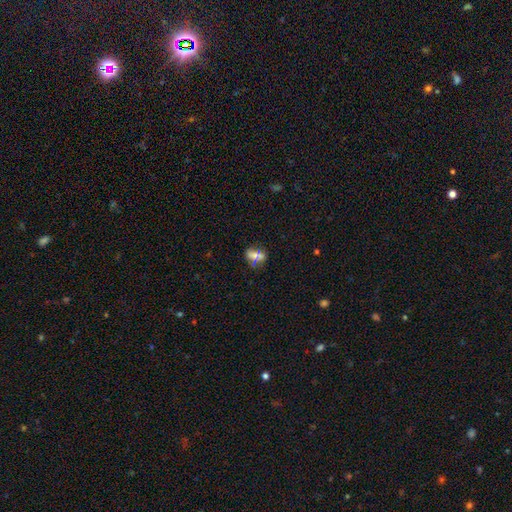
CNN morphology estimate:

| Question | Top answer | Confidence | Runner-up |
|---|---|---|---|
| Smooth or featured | smooth | 60% | featured or disk (21%) |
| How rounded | in between | 61% | round (26%) |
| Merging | none | 61% | minor disturbance (17%) |